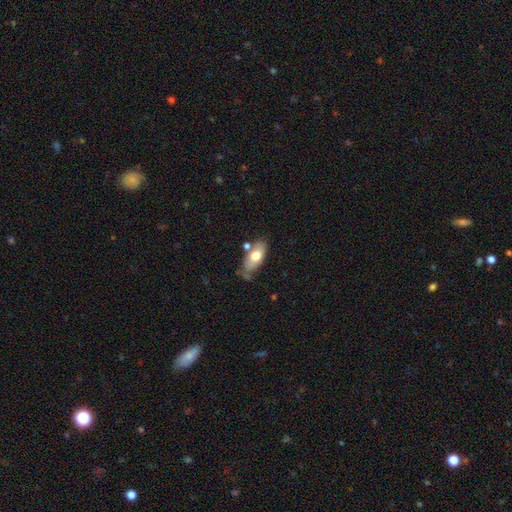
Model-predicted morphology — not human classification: This appears to be a smooth galaxy with no disk features (67%) that is in between round and cigar-shaped (87%). Merging: none (61%).